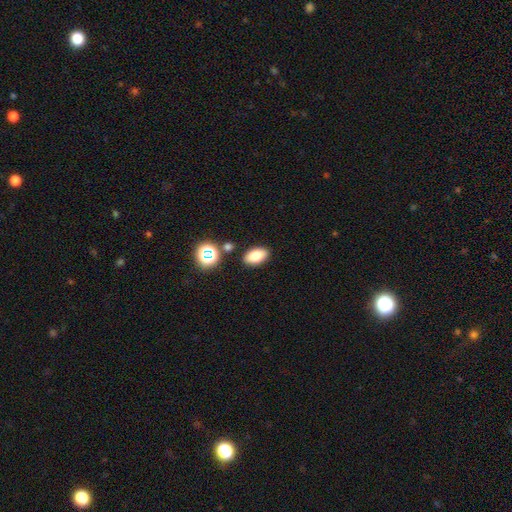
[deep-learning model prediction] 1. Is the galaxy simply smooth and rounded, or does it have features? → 80% smooth, 11% star or artifact, 9% featured or disk.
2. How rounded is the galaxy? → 91% in between, 7% round, 3% cigar-shaped.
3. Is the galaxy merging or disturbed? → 85% none, 8% minor disturbance, 4% merger, 2% major disturbance.